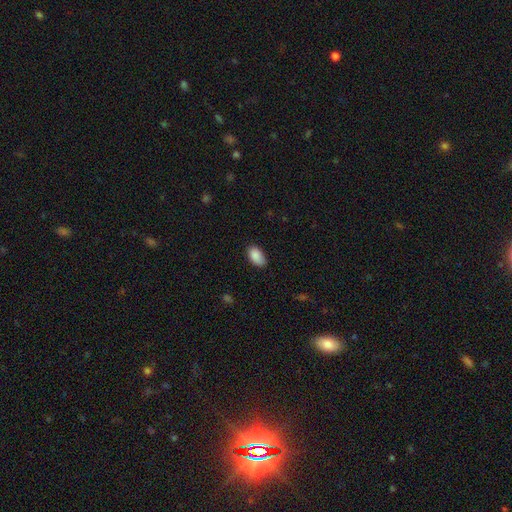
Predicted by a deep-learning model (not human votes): The model was most divided on "merging": none: 79%, minor disturbance: 17%, major disturbance: 3%, merger: 1%. More confident: how rounded — in between (94%); smooth or featured — smooth (89%).